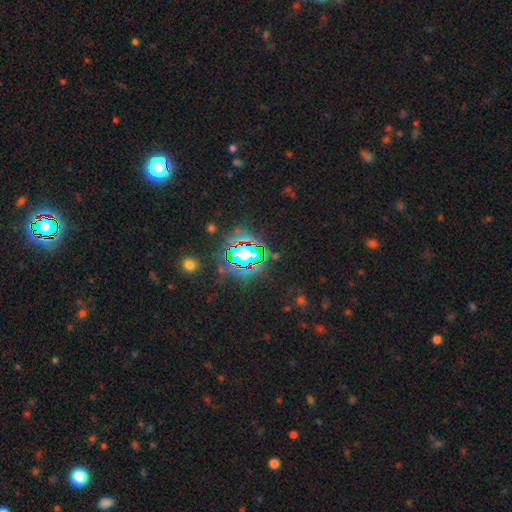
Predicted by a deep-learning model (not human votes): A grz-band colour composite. It shows a star or artifact, not a galaxy (73%).